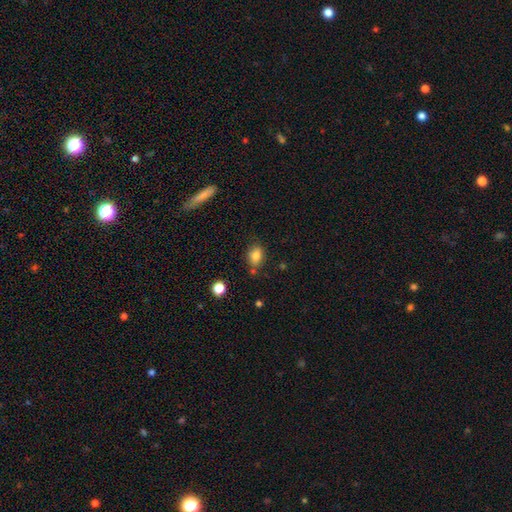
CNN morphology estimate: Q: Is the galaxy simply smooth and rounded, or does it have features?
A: smooth — 82%.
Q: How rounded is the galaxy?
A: in between — 69%.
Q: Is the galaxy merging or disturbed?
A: none — 73%.